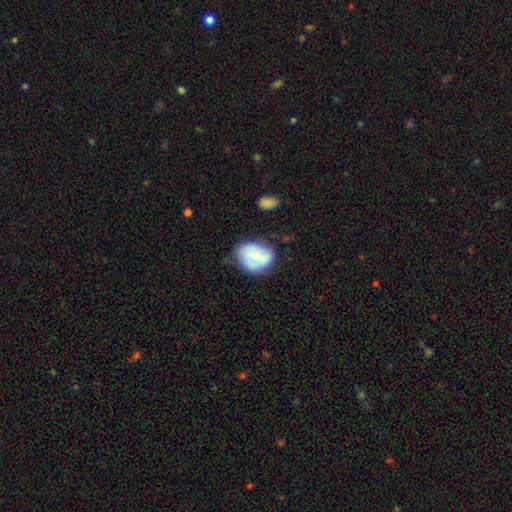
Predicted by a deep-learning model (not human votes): A smooth galaxy with no disk features (50%). Merging: none (54%).